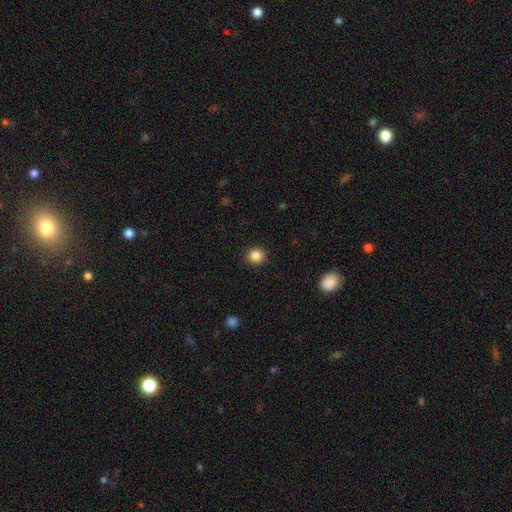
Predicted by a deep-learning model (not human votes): smooth 86%, star or artifact 10%, featured or disk 4%. Down the decision tree: how rounded — round (90%); merging — none (92%).